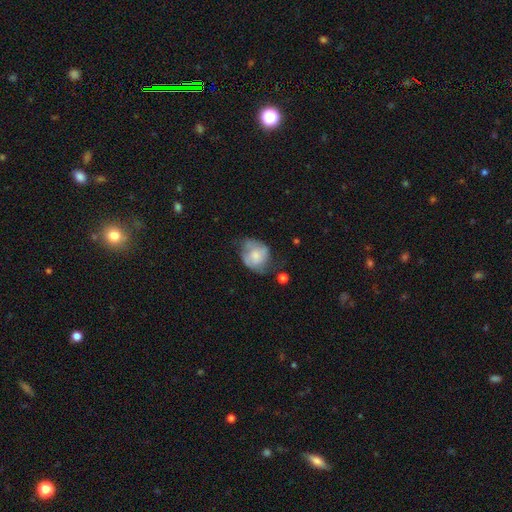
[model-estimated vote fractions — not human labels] The model was most divided on "merging": none: 38%, minor disturbance: 35%, major disturbance: 23%, merger: 5%. More confident: smooth or featured — smooth (54%); how rounded — round (51%).